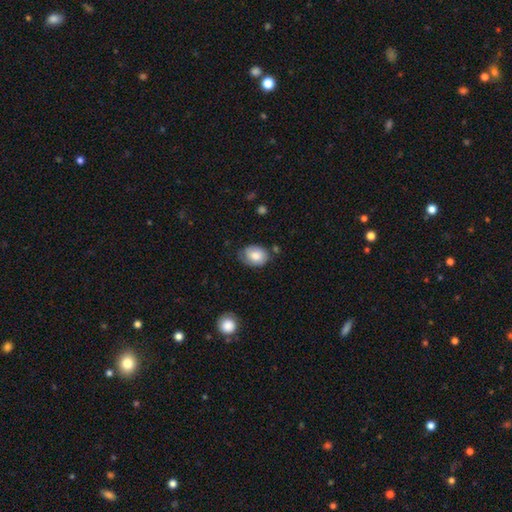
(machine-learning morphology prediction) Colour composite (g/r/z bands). It shows a smooth galaxy with no disk features (77%) that is in between round and cigar-shaped (64%). Merging: none (60%).